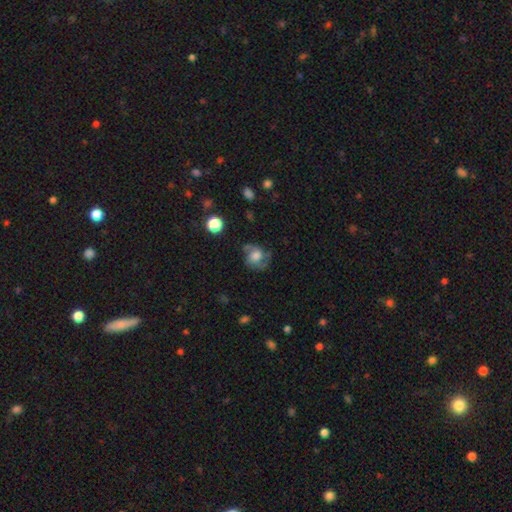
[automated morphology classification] Smooth or featured?
  - featured or disk: 60% *
  - smooth: 30%
  - star or artifact: 9%
Edge-on disk?
  - no: 97% *
  - yes: 3%
Bar?
  - no: 72% *
  - weak: 24%
  - strong: 4%
Spiral arms?
  - yes: 88% *
  - no: 12%
Spiral winding?
  - medium: 49% *
  - loose: 26%
  - tight: 26%
Spiral arm count?
  - 2: 63% *
  - can't tell: 13%
  - 3: 13%
  - 1: 5%
  - 4: 3%
  - more than 4: 3%
Bulge size?
  - large: 42% *
  - moderate: 35%
  - small: 10%
  - none: 9%
  - dominant: 5%
Merging?
  - none: 62% *
  - minor disturbance: 21%
  - major disturbance: 15%
  - merger: 3%